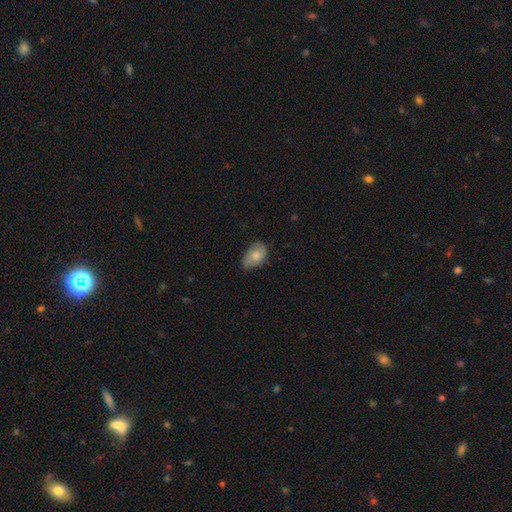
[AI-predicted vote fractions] A smooth galaxy with no disk features (76%) that is in between round and cigar-shaped (88%).

Vote fractions:
- Smooth or featured? smooth: 76% / featured or disk: 18% / star or artifact: 7%
- How rounded? in between: 88% / round: 11% / cigar-shaped: 1%
- Merging? none: 66% / minor disturbance: 28% / major disturbance: 5% / merger: 1%